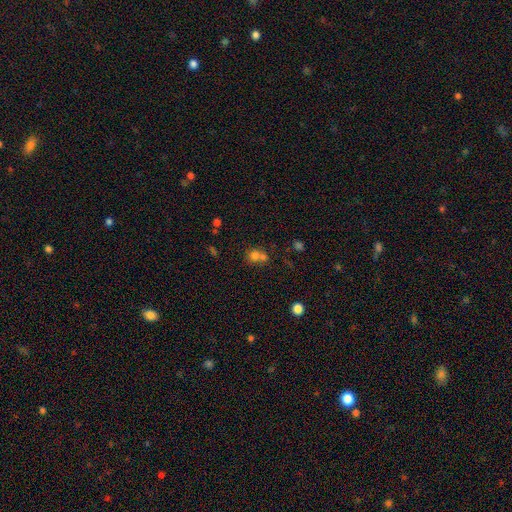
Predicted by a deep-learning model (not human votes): Smooth or featured: smooth — 71% (star or artifact — 17%)
How rounded: round — 80% (in between — 19%)
Merging: merger — 52% (none — 38%)